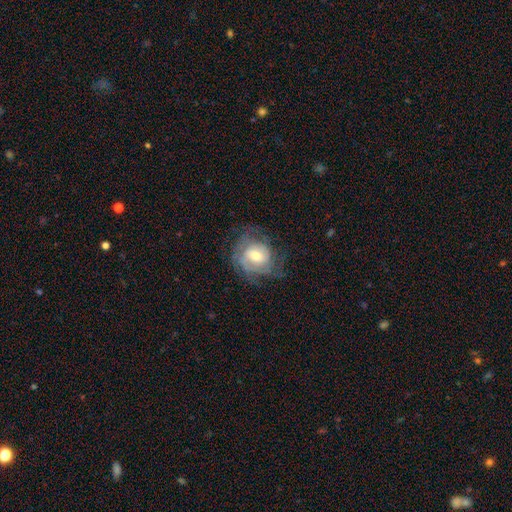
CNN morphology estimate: type=featured or disk (64%); edge-on=no (97%); bar=no (48%); spiral arms=yes (78%); bulge=moderate (62%); merging=none (60%).